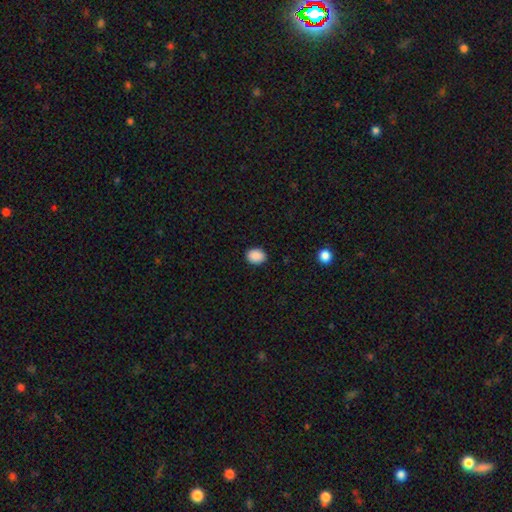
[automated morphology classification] smooth-or-featured: smooth: 90% | star or artifact: 8% | featured or disk: 2%
  how-rounded: in between: 55% | round: 44% | cigar-shaped: 1%
  merging: none: 89% | minor disturbance: 8% | major disturbance: 2% | merger: 1%